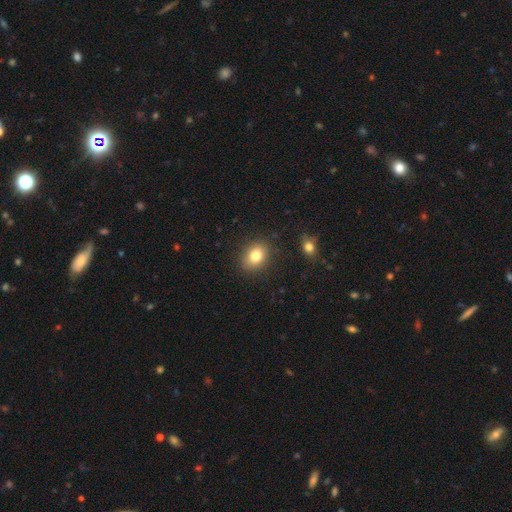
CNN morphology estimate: The model was most divided on "how rounded": in between: 59%, round: 40%, cigar-shaped: 1%. More confident: merging — none (86%); smooth or featured — smooth (81%).